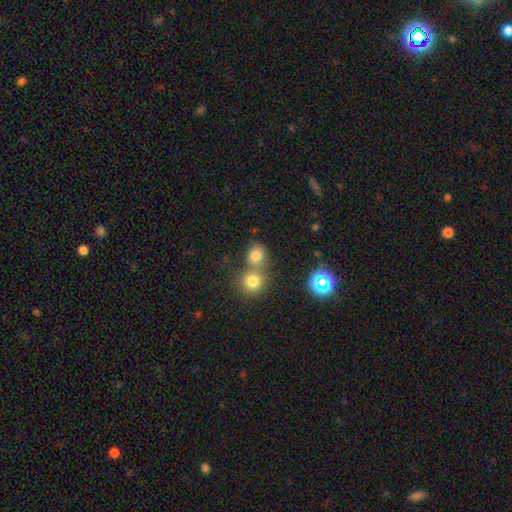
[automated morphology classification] Q: Smooth or featured?
A: smooth (76%); runner-up: star or artifact (17%)
Q: How rounded?
A: round (78%); runner-up: in between (21%)
Q: Merging?
A: none (49%); runner-up: merger (40%)